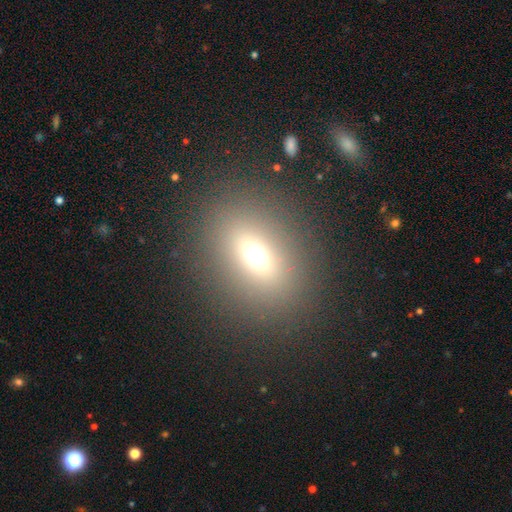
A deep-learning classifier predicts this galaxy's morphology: Smooth or featured? Predicted: smooth (p=0.65). How rounded? Predicted: in between (p=0.61). Merging? Predicted: none (p=0.86).